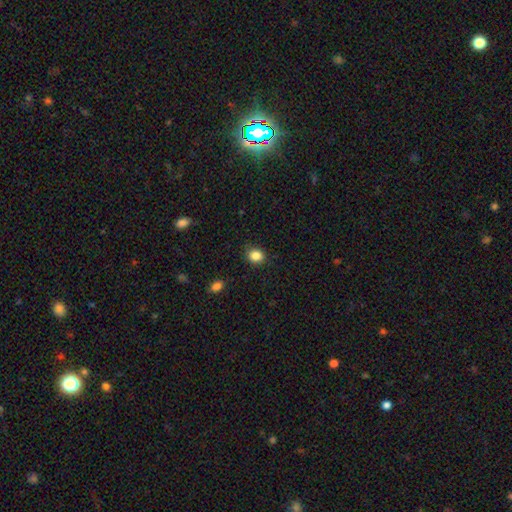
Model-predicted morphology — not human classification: Overall: smooth (86%). How rounded: round (62%; in between 37%). Merging: none (87%).